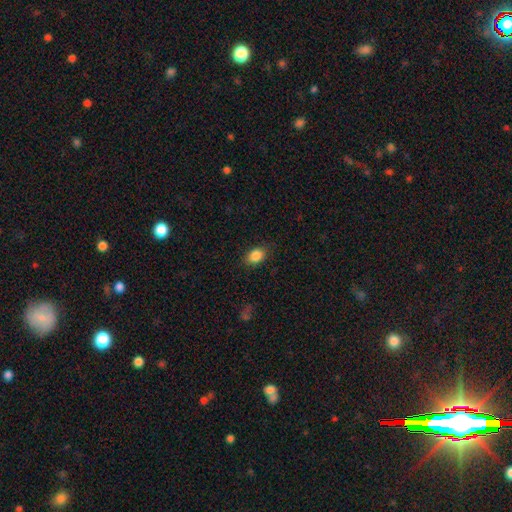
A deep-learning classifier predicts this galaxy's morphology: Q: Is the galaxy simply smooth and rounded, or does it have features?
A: smooth — 87%.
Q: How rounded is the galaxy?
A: in between — 78%.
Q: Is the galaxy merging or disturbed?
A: none — 83%.